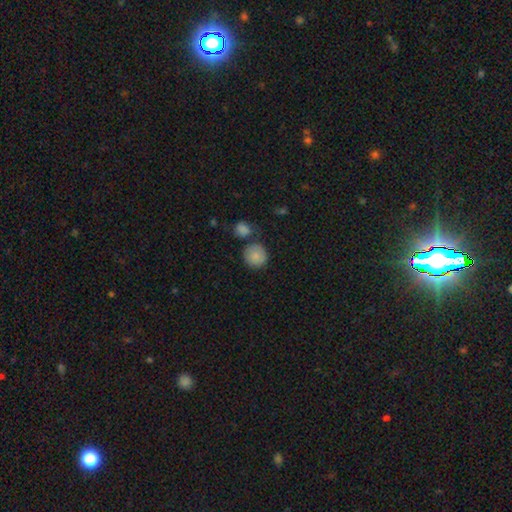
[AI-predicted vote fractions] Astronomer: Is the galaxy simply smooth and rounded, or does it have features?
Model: smooth — 85%.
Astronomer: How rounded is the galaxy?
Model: round — 91%.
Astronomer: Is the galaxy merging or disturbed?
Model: none — 69%.